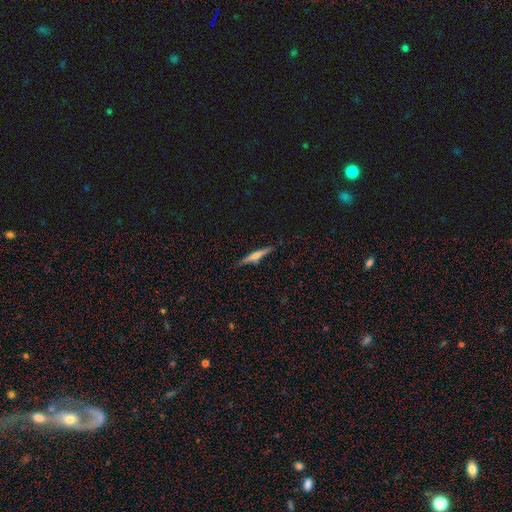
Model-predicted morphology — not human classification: A featured or disk galaxy (60%) viewed edge-on (97%) with a rounded central bulge (74%). Merging: none (86%).